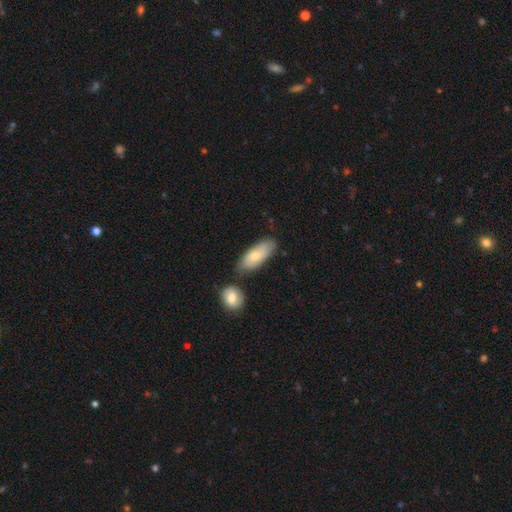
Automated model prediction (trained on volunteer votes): A smooth galaxy with no disk features (72%) that is in between round and cigar-shaped (80%).

Vote fractions:
- Smooth or featured? smooth: 72% / featured or disk: 22% / star or artifact: 6%
- How rounded? in between: 80% / cigar-shaped: 18% / round: 3%
- Merging? none: 64% / minor disturbance: 18% / merger: 14% / major disturbance: 4%